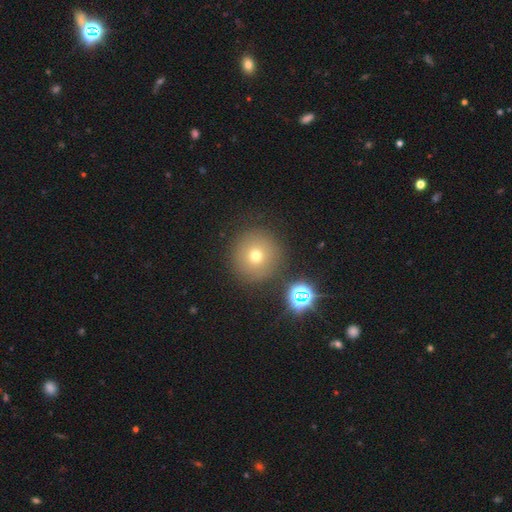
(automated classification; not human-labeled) This appears to be a smooth galaxy with no disk features (69%) that is round (96%). Merging: none (84%).